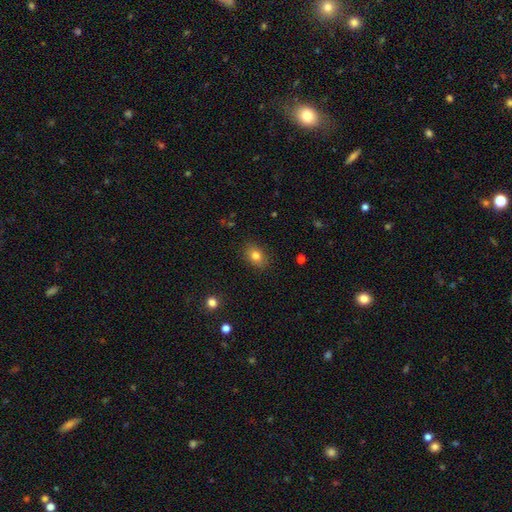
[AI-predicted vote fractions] Smooth or featured? Predicted: smooth (p=0.80). How rounded? Predicted: in between (p=0.70). Merging? Predicted: none (p=0.86).